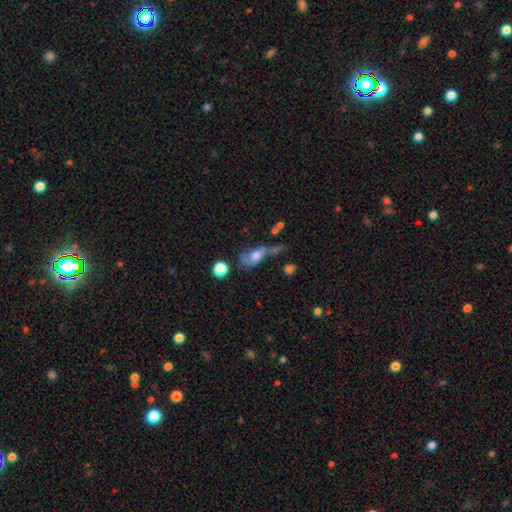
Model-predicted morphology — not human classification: This appears to be a smooth galaxy with no disk features (48%). Merging: major disturbance (35%).